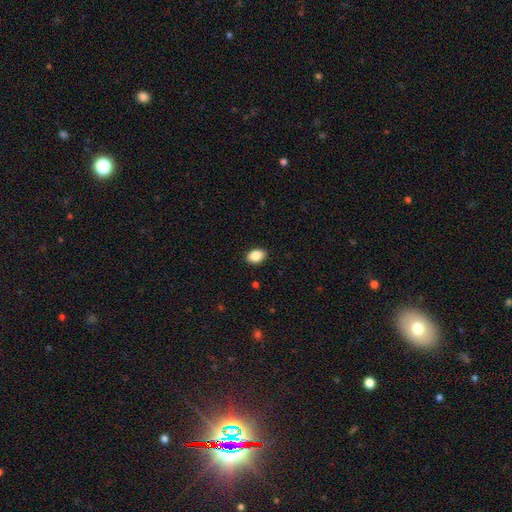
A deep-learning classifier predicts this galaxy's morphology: Q: Smooth or featured?
A: smooth (88%); runner-up: star or artifact (8%)
Q: How rounded?
A: in between (82%); runner-up: round (17%)
Q: Merging?
A: none (89%); runner-up: minor disturbance (8%)